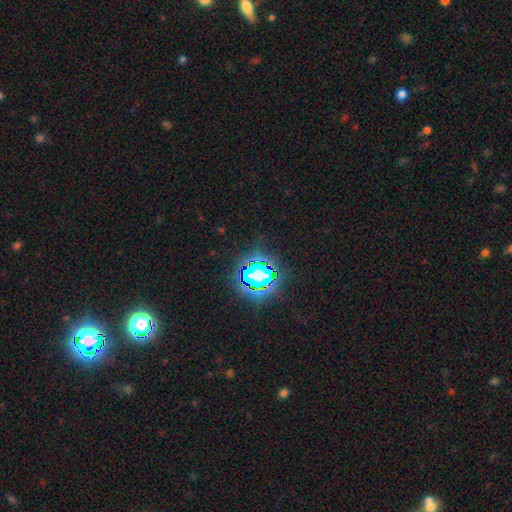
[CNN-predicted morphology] Smooth or featured? Predicted: star or artifact (p=0.81).